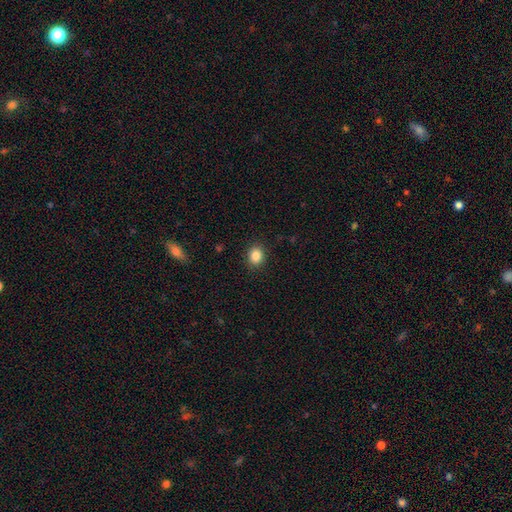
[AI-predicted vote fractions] Smooth or featured: smooth — 85% (star or artifact — 10%)
How rounded: round — 66% (in between — 33%)
Merging: none — 90% (minor disturbance — 7%)